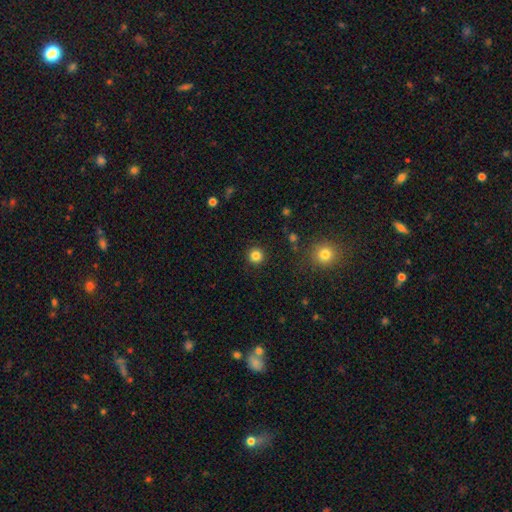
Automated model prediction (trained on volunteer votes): Morphology: type=smooth (83%); roundness=round (96%); merging=none (92%).